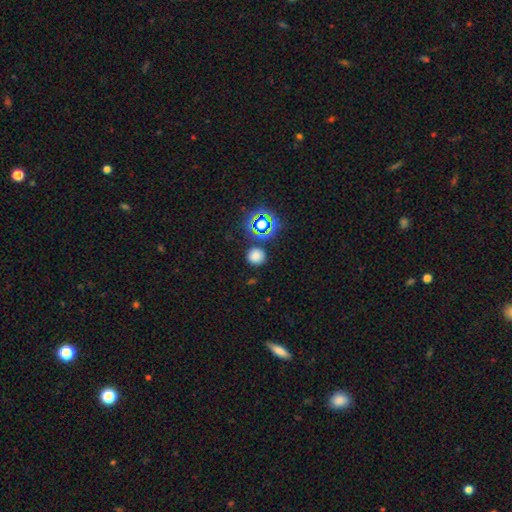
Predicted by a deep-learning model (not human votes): smooth 75%, star or artifact 20%, featured or disk 5%. Down the decision tree: how rounded — round (89%); merging — none (84%).